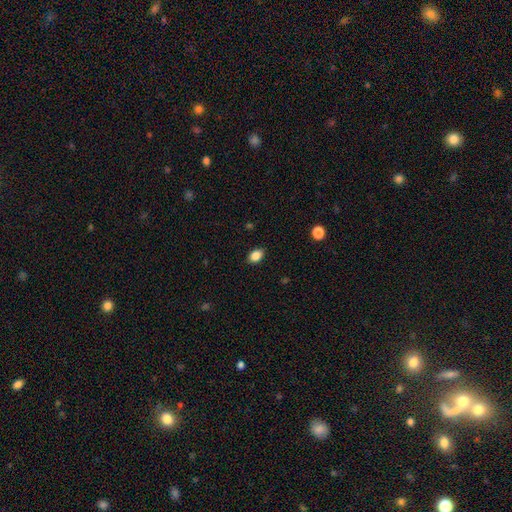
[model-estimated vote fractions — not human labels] A smooth galaxy with no disk features (86%) that is in between round and cigar-shaped (80%). Merging: none (86%).